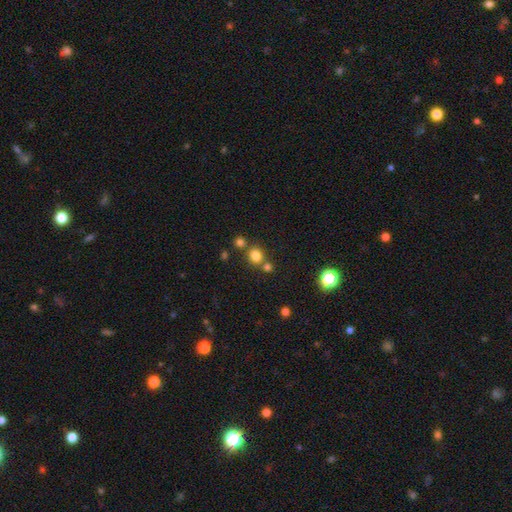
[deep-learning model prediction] smooth-or-featured: smooth: 79% | star or artifact: 15% | featured or disk: 6%
  how-rounded: round: 80% | in between: 19% | cigar-shaped: 1%
  merging: none: 67% | merger: 22% | minor disturbance: 8% | major disturbance: 3%